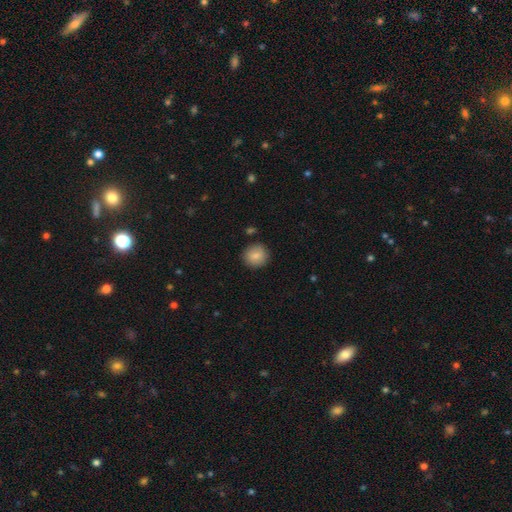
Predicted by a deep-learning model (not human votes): smooth 85%, star or artifact 8%, featured or disk 7%. Down the decision tree: how rounded — round (89%); merging — none (87%).